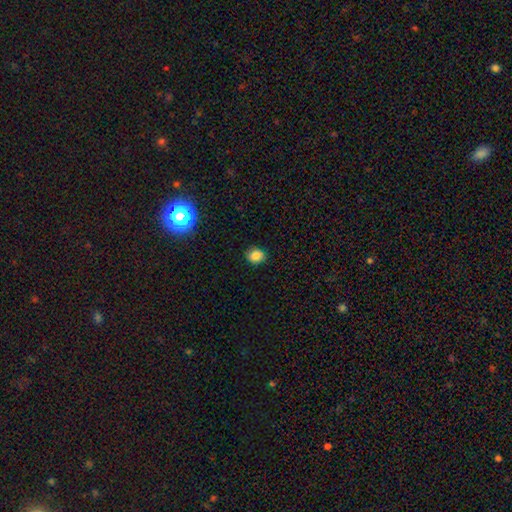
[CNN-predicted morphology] Smooth or featured?
  - smooth: 82% *
  - star or artifact: 12%
  - featured or disk: 6%
How rounded?
  - round: 72% *
  - in between: 27%
  - cigar-shaped: 1%
Merging?
  - none: 87% *
  - minor disturbance: 10%
  - major disturbance: 2%
  - merger: 1%